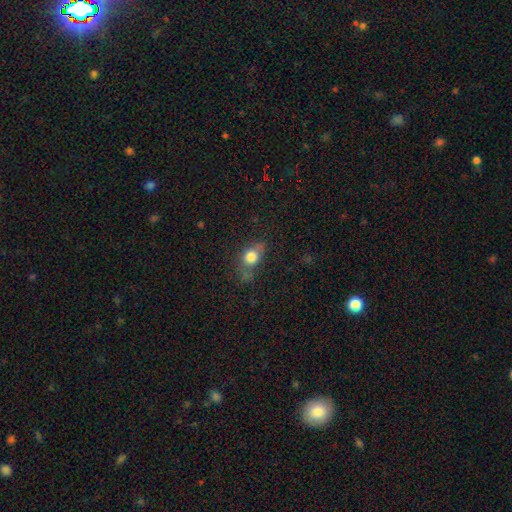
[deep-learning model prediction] Smooth or featured? smooth (56%)
How rounded? in between (57%)
Merging? none (74%)